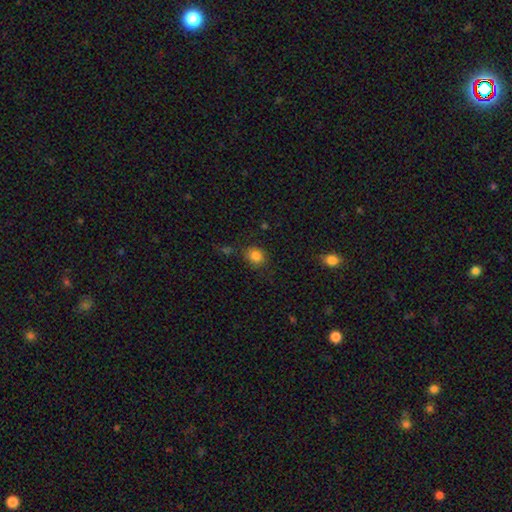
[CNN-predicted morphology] Smooth or featured: smooth — 83% (star or artifact — 11%)
How rounded: round — 69% (in between — 30%)
Merging: none — 80% (minor disturbance — 13%)